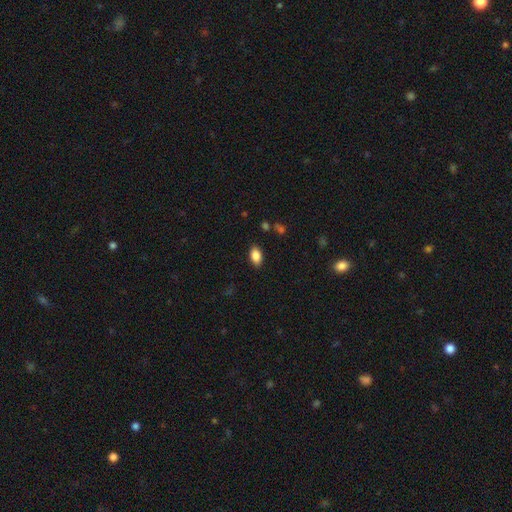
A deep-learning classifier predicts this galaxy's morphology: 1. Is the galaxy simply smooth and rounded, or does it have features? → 86% smooth, 8% star or artifact, 5% featured or disk.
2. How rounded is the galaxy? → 91% in between, 7% round, 2% cigar-shaped.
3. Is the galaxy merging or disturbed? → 87% none, 9% minor disturbance, 2% major disturbance, 1% merger.